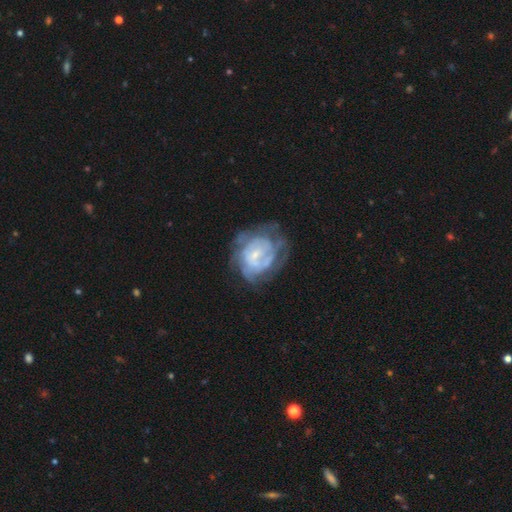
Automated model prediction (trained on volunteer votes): Overall: featured or disk (74%). Edge-on disk: no (97%). Bar: no (64%; weak 30%). Spiral arms: yes (72%). Spiral arm count: can't tell (56%). Spiral winding: tight (61%; medium 28%). Bulge size: small (71%). Merging: none (51%; minor disturbance 23%).